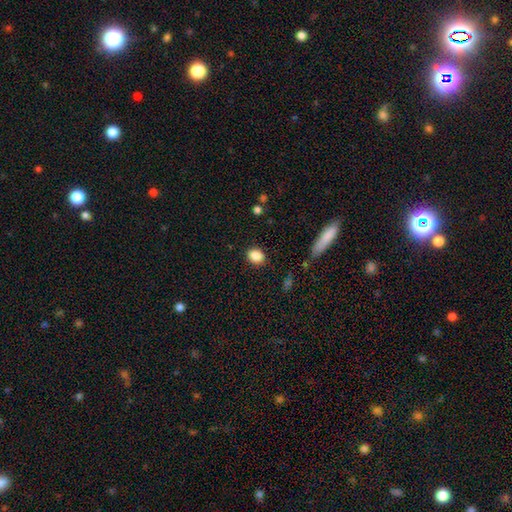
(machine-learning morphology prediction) The model was most divided on "how rounded": in between: 50%, round: 48%, cigar-shaped: 1%. More confident: merging — none (88%); smooth or featured — smooth (87%).